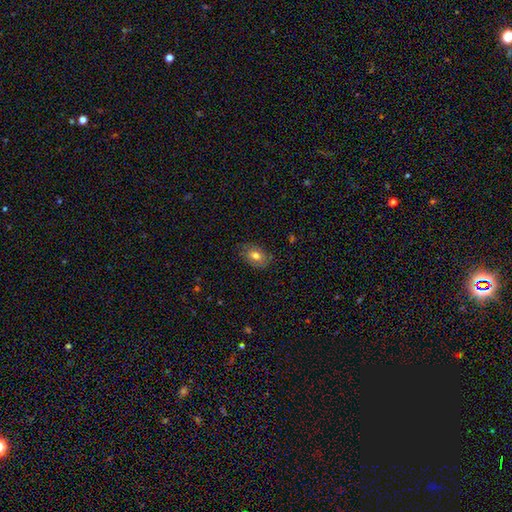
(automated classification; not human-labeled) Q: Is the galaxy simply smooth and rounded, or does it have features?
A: smooth — 73%.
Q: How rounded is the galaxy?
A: in between — 78%.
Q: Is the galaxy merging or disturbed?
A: none — 78%.